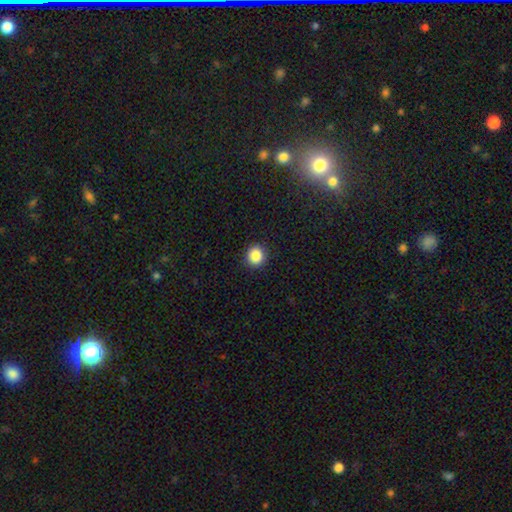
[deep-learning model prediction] smooth 86%, star or artifact 10%, featured or disk 4%. Down the decision tree: how rounded — round (89%); merging — none (92%).